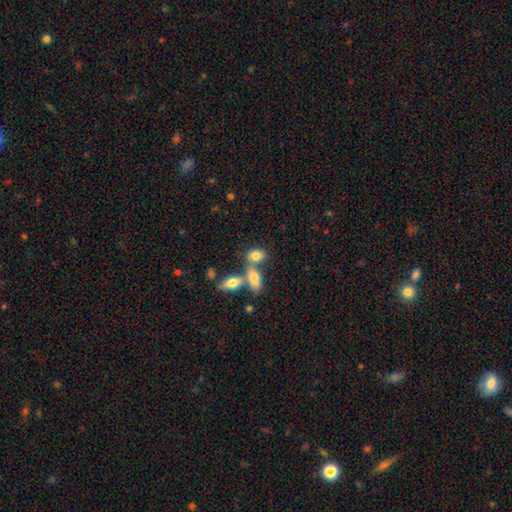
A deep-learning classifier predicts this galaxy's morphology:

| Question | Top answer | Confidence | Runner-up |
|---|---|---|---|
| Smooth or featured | smooth | 79% | featured or disk (12%) |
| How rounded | in between | 81% | round (15%) |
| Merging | none | 45% | merger (40%) |